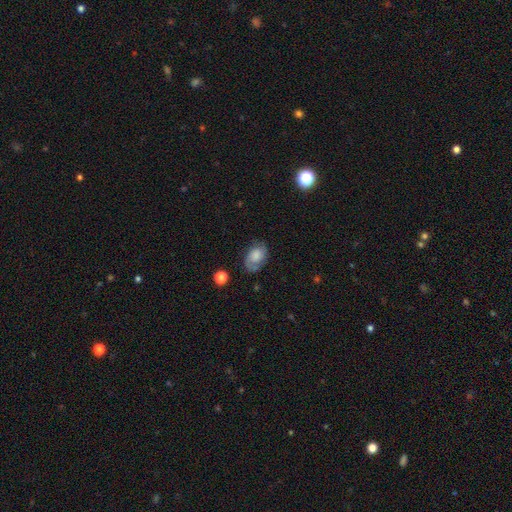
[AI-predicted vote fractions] Smooth or featured: smooth — 48% (featured or disk — 43%)
Merging: none — 63% (minor disturbance — 24%)